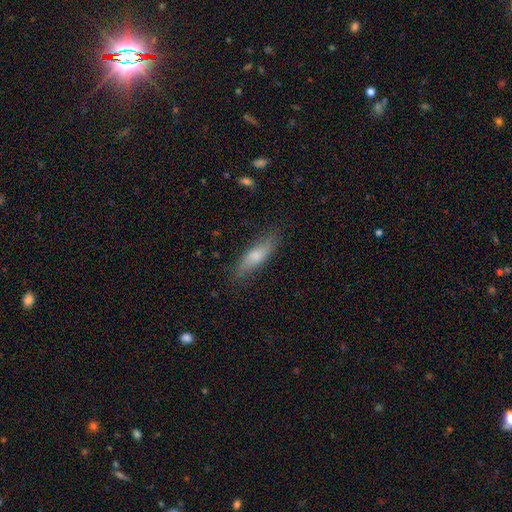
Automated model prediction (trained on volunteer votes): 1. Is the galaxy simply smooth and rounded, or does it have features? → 67% smooth, 26% featured or disk, 7% star or artifact.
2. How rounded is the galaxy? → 59% cigar-shaped, 39% in between, 2% round.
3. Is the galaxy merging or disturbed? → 78% none, 17% minor disturbance, 4% major disturbance, 1% merger.